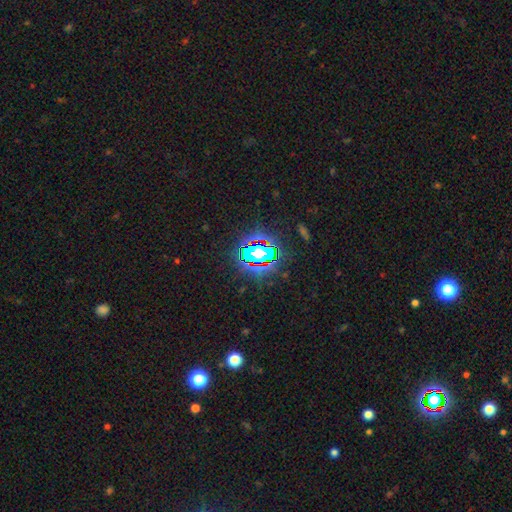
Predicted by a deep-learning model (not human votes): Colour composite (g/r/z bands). It shows a star or artifact, not a galaxy (81%).